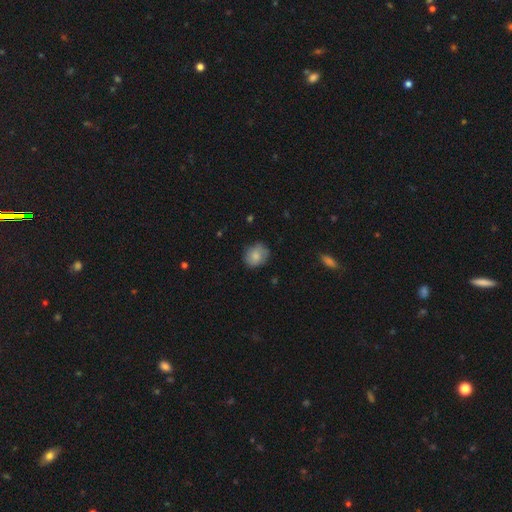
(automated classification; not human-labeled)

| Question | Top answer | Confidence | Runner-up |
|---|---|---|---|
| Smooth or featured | smooth | 79% | featured or disk (13%) |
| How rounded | round | 65% | in between (34%) |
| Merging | none | 78% | minor disturbance (18%) |